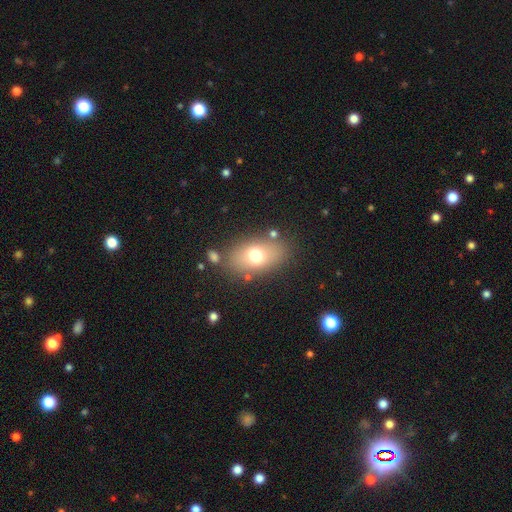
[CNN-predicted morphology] A smooth galaxy with no disk features (70%) that is in between round and cigar-shaped (82%). Merging: none (78%).